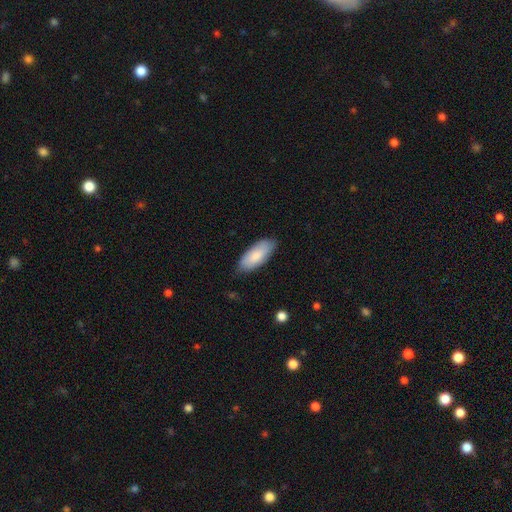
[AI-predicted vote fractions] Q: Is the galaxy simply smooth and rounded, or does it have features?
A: smooth — 83%.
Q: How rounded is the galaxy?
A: in between — 85%.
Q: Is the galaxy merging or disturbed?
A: none — 81%.